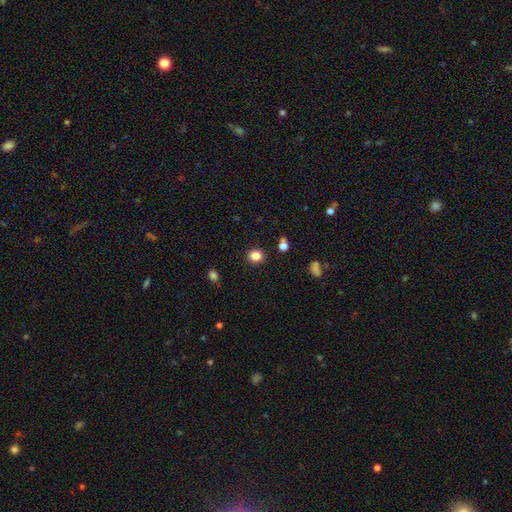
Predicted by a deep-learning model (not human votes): Smooth or featured? Predicted: smooth (p=0.84). How rounded? Predicted: round (p=0.84). Merging? Predicted: none (p=0.91).